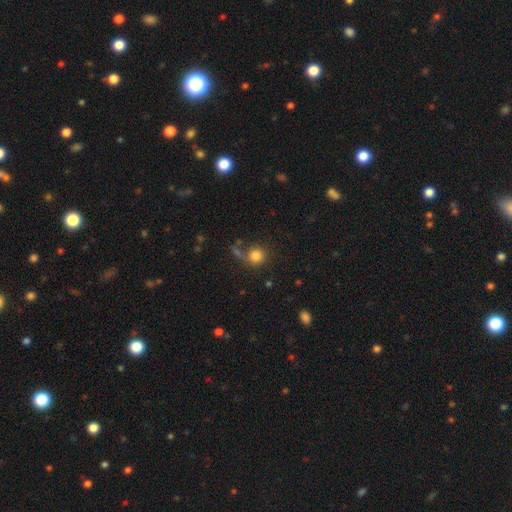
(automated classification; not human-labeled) Smooth or featured? Predicted: smooth (p=0.80). How rounded? Predicted: round (p=0.90). Merging? Predicted: none (p=0.66).